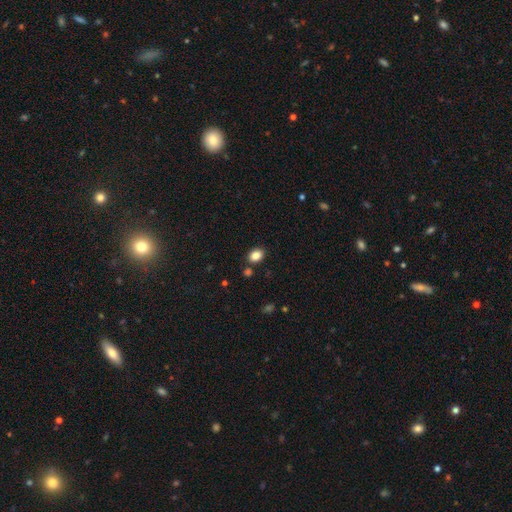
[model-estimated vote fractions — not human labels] Smooth or featured?
  - smooth: 86% *
  - star or artifact: 10%
  - featured or disk: 4%
How rounded?
  - in between: 64% *
  - round: 35%
  - cigar-shaped: 1%
Merging?
  - none: 81% *
  - minor disturbance: 10%
  - merger: 6%
  - major disturbance: 3%